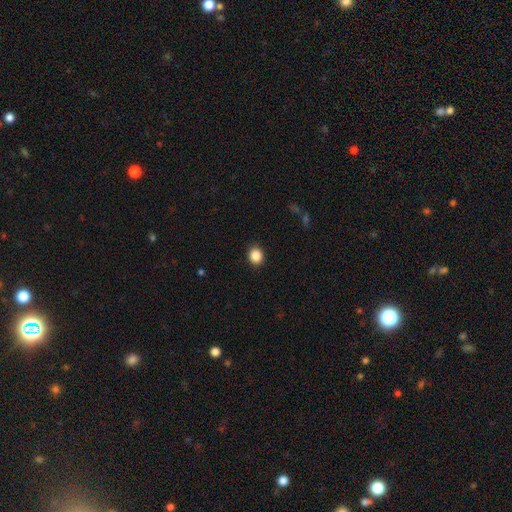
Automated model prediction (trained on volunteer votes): Smooth or featured: smooth — 88% (star or artifact — 9%)
How rounded: round — 73% (in between — 26%)
Merging: none — 91% (minor disturbance — 6%)